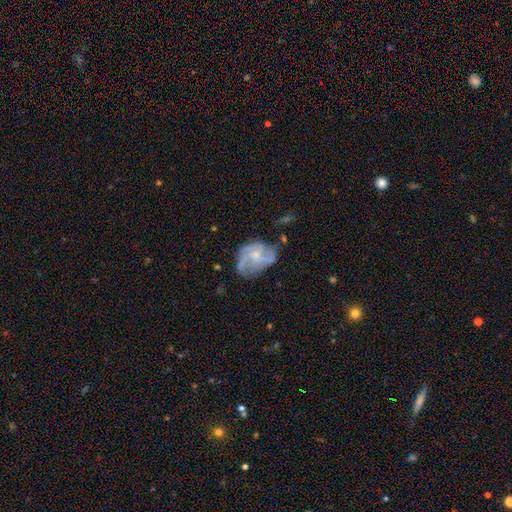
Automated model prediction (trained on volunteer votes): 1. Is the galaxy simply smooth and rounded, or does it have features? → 76% featured or disk, 16% smooth, 7% star or artifact.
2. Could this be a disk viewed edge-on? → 98% no, 2% yes.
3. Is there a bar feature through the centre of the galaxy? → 67% no, 28% weak, 5% strong.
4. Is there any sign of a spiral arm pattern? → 87% yes, 13% no.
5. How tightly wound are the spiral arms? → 45% medium, 30% loose, 25% tight.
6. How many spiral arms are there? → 34% 3, 24% 2, 21% can't tell, 11% 4, 5% 1, 5% more than 4.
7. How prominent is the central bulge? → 63% small, 29% moderate, 5% none, 1% large, 1% dominant.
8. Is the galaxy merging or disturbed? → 52% none, 27% minor disturbance, 18% major disturbance, 3% merger.